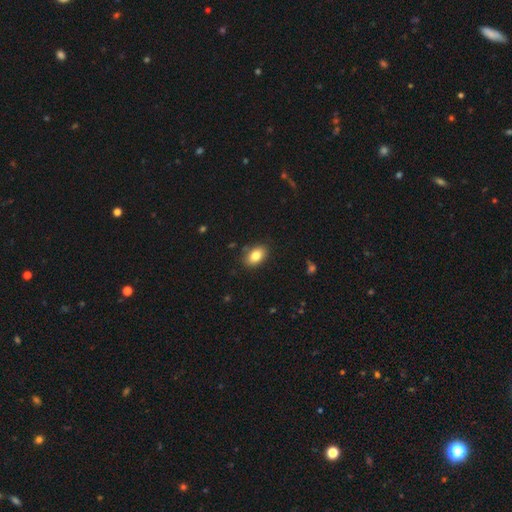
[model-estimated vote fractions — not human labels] smooth 83%, featured or disk 9%, star or artifact 8%. Down the decision tree: how rounded — in between (88%); merging — none (85%).